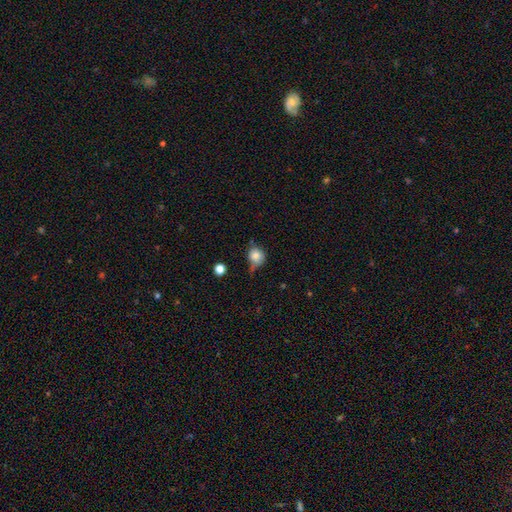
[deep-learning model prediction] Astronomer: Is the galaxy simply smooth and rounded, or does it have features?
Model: smooth — 80%.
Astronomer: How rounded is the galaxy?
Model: round — 74%.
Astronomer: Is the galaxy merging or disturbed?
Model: none — 43% (runner-up: minor disturbance, 35%).